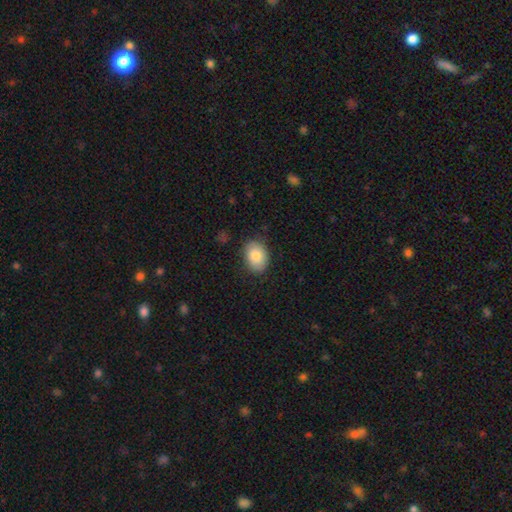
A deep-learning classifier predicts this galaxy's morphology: smooth 85%, featured or disk 8%, star or artifact 7%. Down the decision tree: how rounded — in between (77%); merging — none (83%).